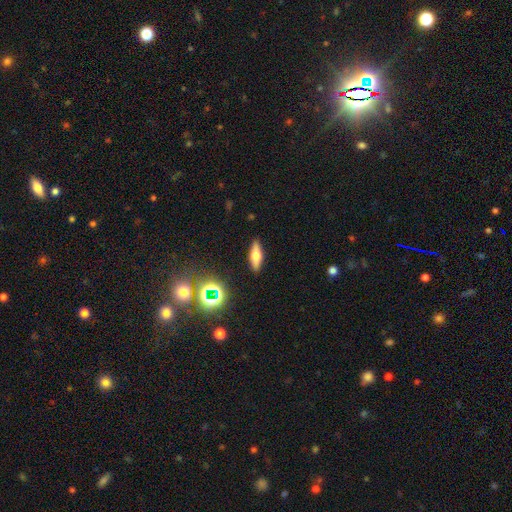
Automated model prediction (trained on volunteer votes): smooth-or-featured: smooth: 55% | featured or disk: 33% | star or artifact: 12%
  how-rounded: in between: 56% | cigar-shaped: 40% | round: 4%
  merging: none: 88% | minor disturbance: 8% | major disturbance: 2% | merger: 1%